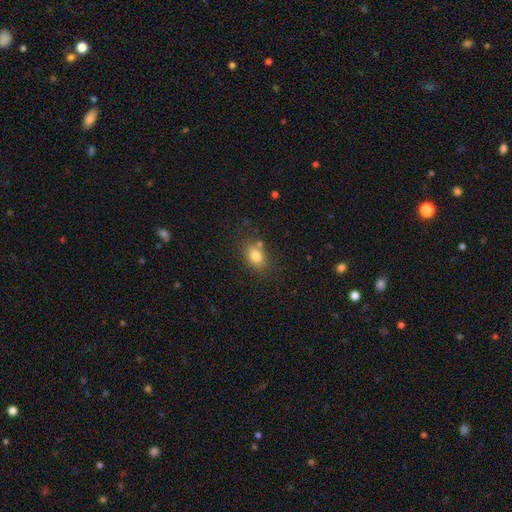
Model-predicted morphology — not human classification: Smooth or featured? smooth (79%)
How rounded? in between (68%)
Merging? none (70%)